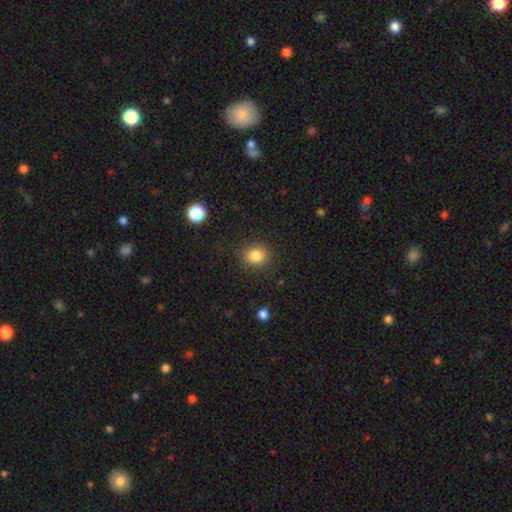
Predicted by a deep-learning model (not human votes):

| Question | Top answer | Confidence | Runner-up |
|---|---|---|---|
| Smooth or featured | smooth | 85% | star or artifact (11%) |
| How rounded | round | 73% | in between (26%) |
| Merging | none | 87% | minor disturbance (8%) |